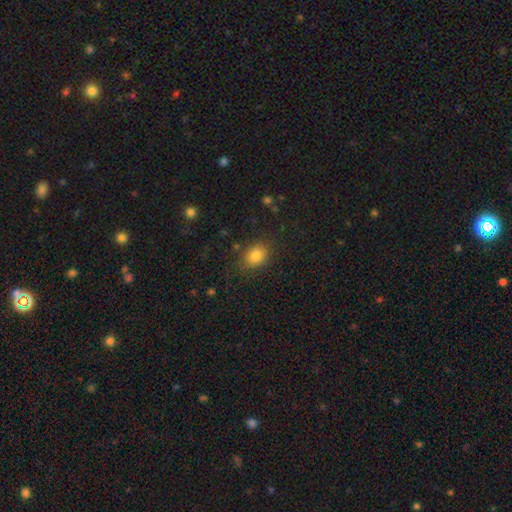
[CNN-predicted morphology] Smooth or featured: smooth — 85% (star or artifact — 10%)
How rounded: in between — 66% (round — 33%)
Merging: none — 80% (minor disturbance — 13%)